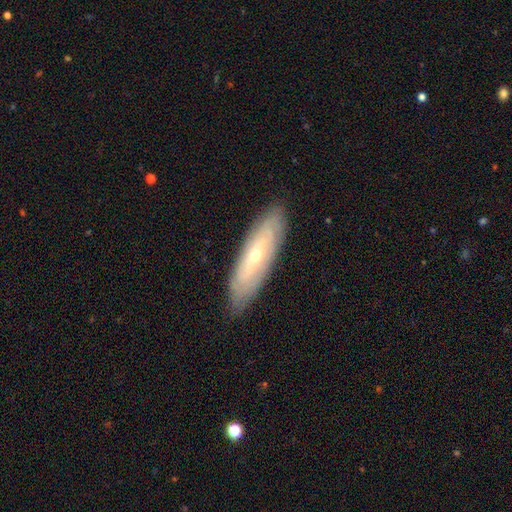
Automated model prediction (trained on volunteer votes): Smooth or featured: featured or disk — 67% (smooth — 27%)
Edge-on disk: no — 68% (yes — 32%)
Merging: none — 85% (minor disturbance — 12%)